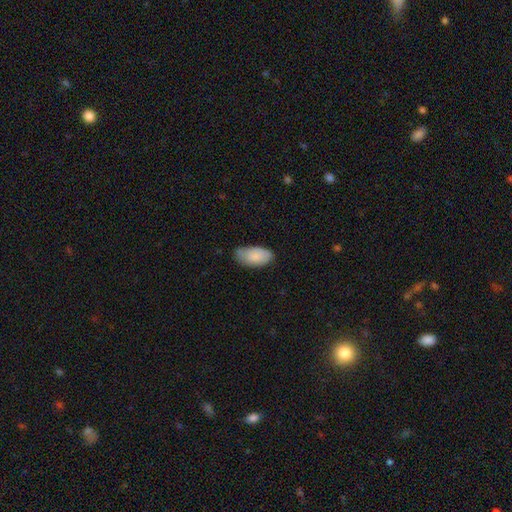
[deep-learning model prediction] Q: Smooth or featured?
A: smooth (85%); runner-up: featured or disk (9%)
Q: How rounded?
A: in between (95%); runner-up: cigar-shaped (3%)
Q: Merging?
A: none (65%); runner-up: minor disturbance (29%)